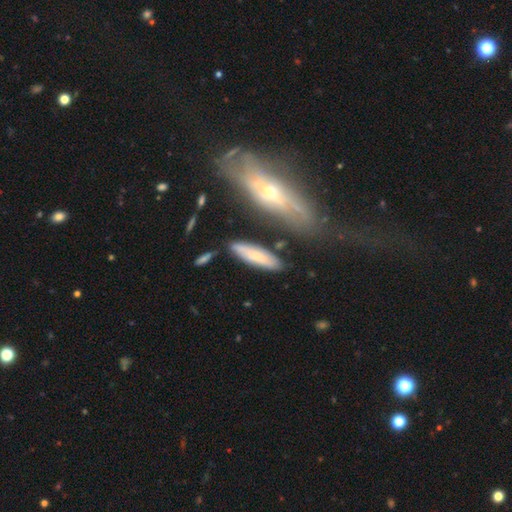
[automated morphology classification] This is possibly a smooth galaxy (59%). How rounded: likely cigar-shaped (62%). Merging: likely none (75%).